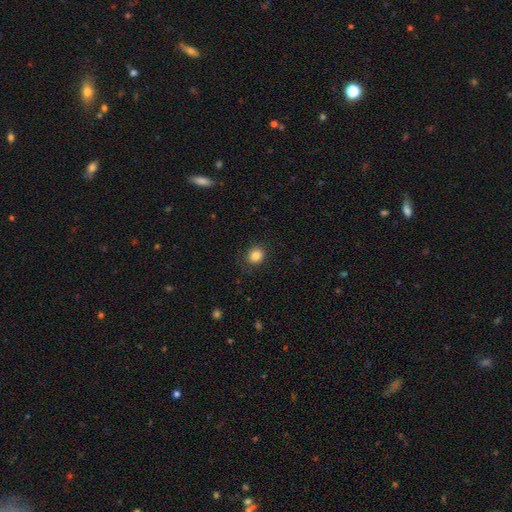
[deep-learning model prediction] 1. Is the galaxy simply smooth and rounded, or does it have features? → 85% smooth, 10% star or artifact, 5% featured or disk.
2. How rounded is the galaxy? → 79% round, 20% in between, 1% cigar-shaped.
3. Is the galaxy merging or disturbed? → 88% none, 8% minor disturbance, 3% major disturbance, 1% merger.